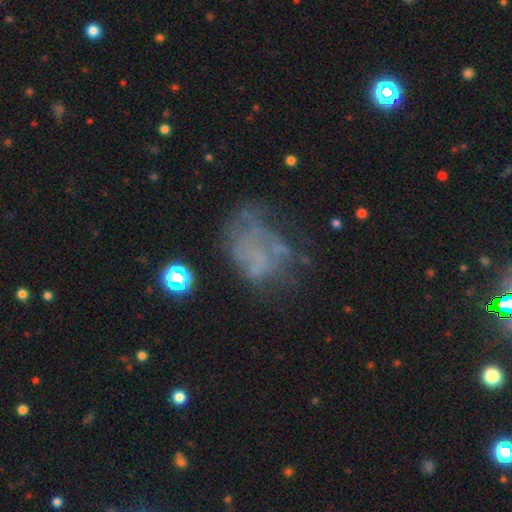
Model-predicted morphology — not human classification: The model was most divided on "merging": none: 38%, major disturbance: 35%, minor disturbance: 21%, merger: 7%. Remaining: smooth or featured — featured or disk (45%).